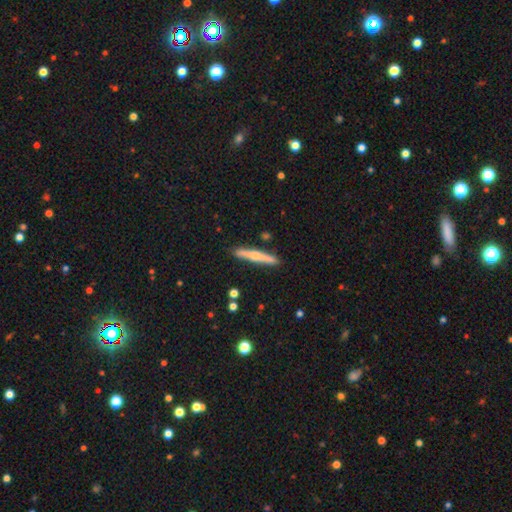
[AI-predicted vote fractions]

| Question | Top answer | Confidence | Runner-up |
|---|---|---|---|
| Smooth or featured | smooth | 49% | featured or disk (45%) |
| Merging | none | 88% | minor disturbance (8%) |